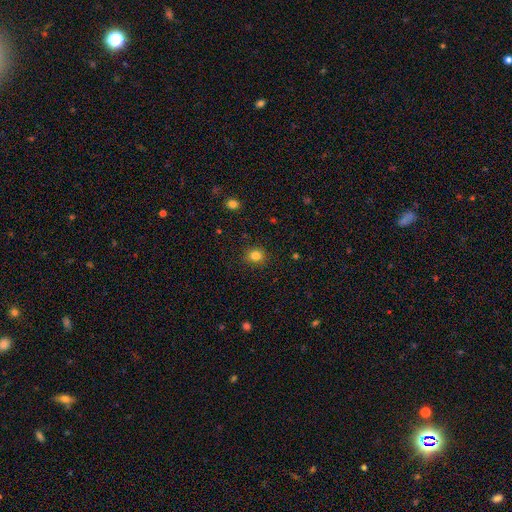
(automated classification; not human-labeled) This appears to be a smooth galaxy with no disk features (82%) that is round (76%). Merging: none (87%).